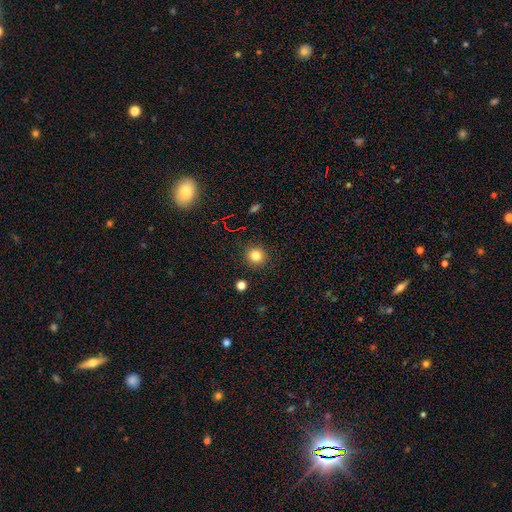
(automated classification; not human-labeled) Morphology: type=smooth (82%); roundness=round (91%); merging=none (90%).